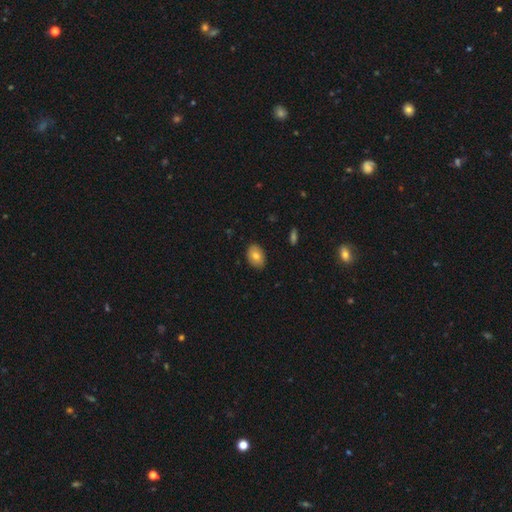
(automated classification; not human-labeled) Smooth or featured? Predicted: smooth (p=0.77). How rounded? Predicted: in between (p=0.83). Merging? Predicted: none (p=0.86).